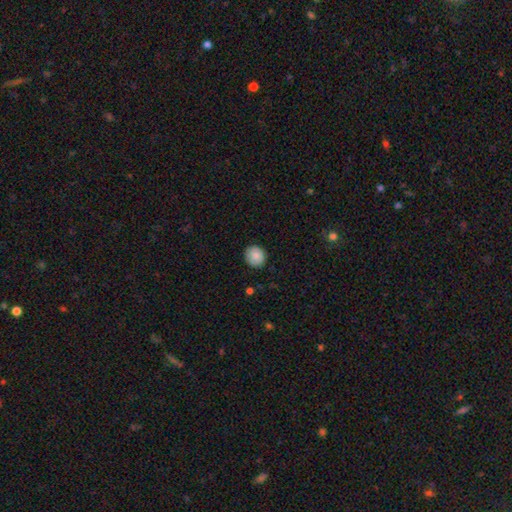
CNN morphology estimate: smooth 87%, star or artifact 8%, featured or disk 5%. Down the decision tree: how rounded — round (80%); merging — none (88%).